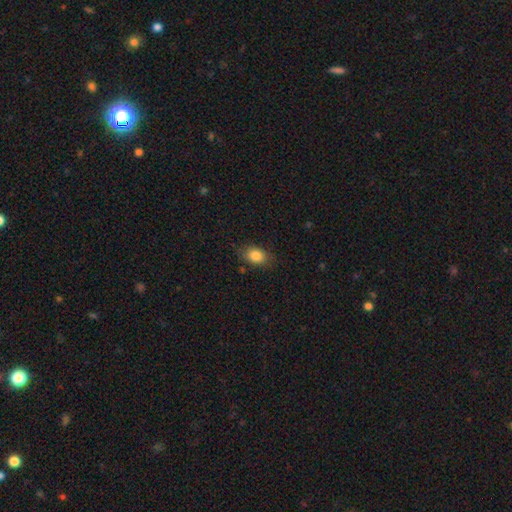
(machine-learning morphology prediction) Q: Smooth or featured?
A: smooth (84%); runner-up: star or artifact (9%)
Q: How rounded?
A: in between (79%); runner-up: round (19%)
Q: Merging?
A: none (79%); runner-up: minor disturbance (16%)